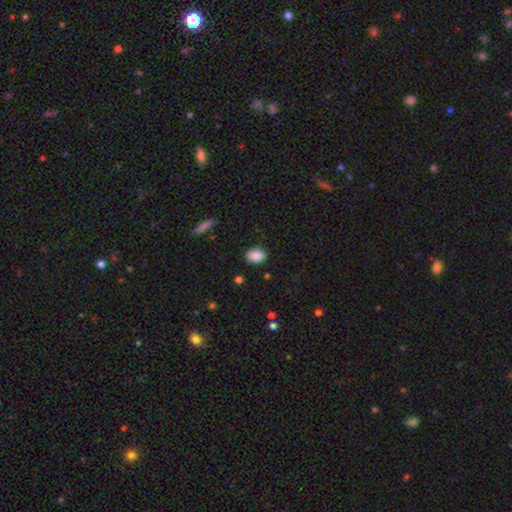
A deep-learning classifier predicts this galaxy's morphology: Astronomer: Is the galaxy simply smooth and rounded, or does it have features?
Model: smooth — 88%.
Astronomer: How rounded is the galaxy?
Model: in between — 70%.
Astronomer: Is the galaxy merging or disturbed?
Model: none — 87%.